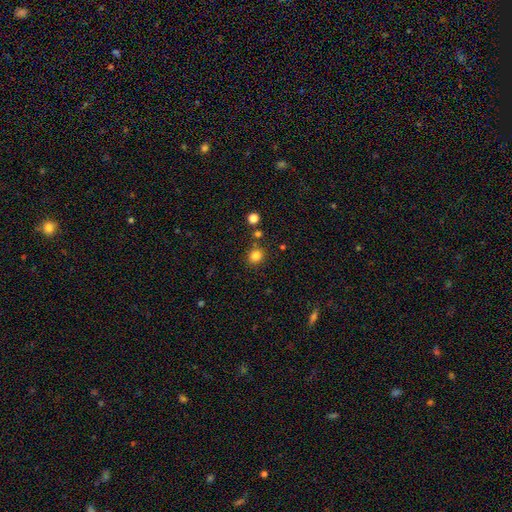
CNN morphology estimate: Smooth or featured? Predicted: smooth (p=0.82). How rounded? Predicted: round (p=0.81). Merging? Predicted: none (p=0.82).